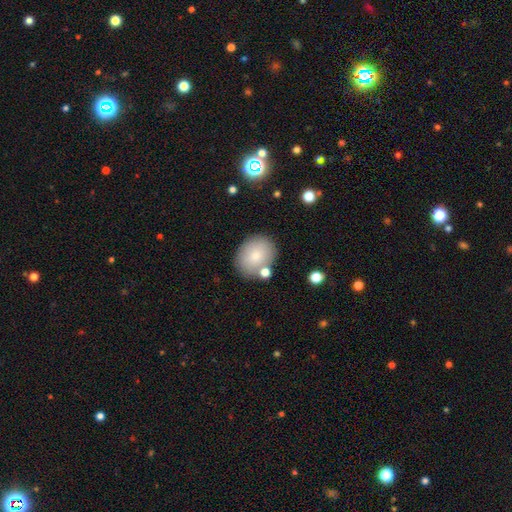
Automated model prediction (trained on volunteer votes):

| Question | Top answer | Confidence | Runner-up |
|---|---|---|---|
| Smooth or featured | smooth | 81% | featured or disk (12%) |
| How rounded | round | 53% | in between (46%) |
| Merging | none | 75% | minor disturbance (13%) |